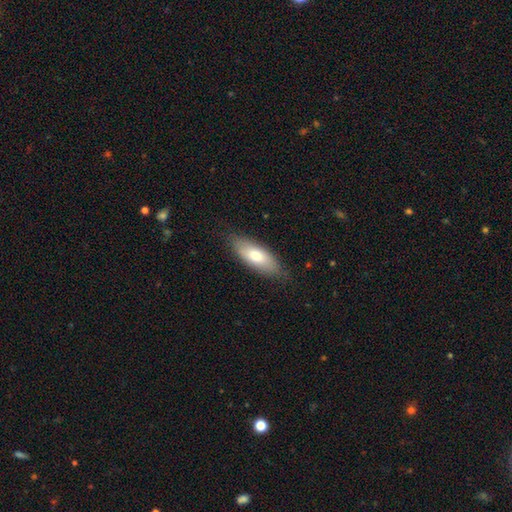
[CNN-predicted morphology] Smooth or featured? Predicted: smooth (p=0.72). How rounded? Predicted: in between (p=0.75). Merging? Predicted: none (p=0.80).